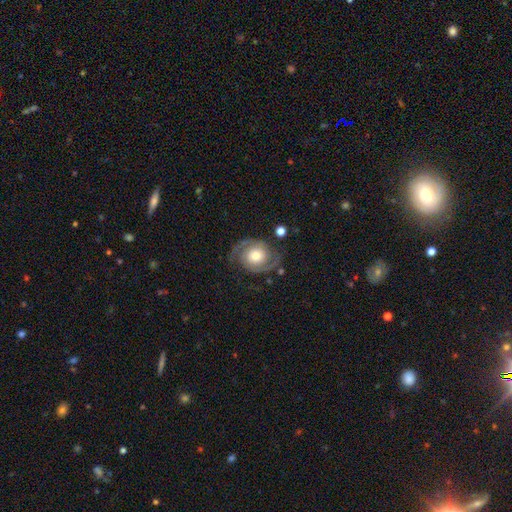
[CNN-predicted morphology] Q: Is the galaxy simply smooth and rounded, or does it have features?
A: featured or disk — 85%.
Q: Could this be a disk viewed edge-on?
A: no — 98%.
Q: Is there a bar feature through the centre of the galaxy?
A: no — 75%.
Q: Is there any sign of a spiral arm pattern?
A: yes — 96%.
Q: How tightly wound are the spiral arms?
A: medium — 47%.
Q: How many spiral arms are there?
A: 2 — 93%.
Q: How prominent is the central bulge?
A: moderate — 61%.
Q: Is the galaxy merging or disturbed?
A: none — 79%.